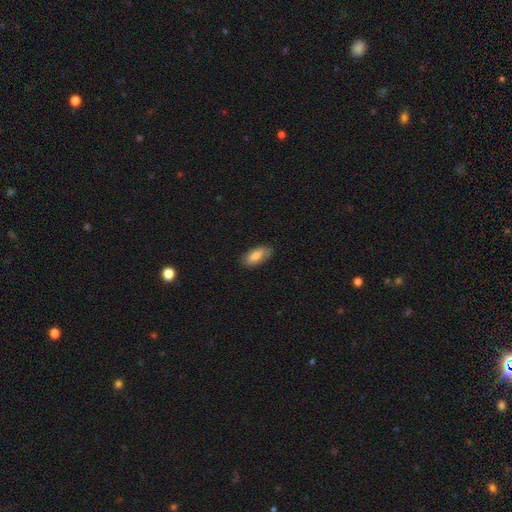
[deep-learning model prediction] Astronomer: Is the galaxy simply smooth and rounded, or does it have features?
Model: smooth — 78%.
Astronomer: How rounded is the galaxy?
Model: in between — 86%.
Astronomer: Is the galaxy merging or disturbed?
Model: none — 84%.